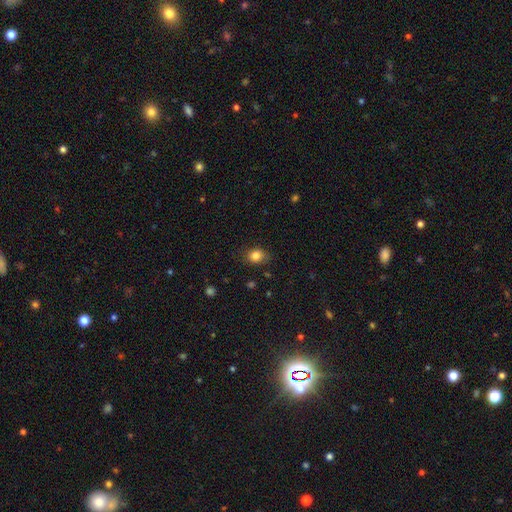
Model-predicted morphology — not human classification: A smooth galaxy with no disk features (82%) that is round (50%).

Vote fractions:
- Smooth or featured? smooth: 82% / star or artifact: 11% / featured or disk: 7%
- How rounded? round: 50% / in between: 49% / cigar-shaped: 1%
- Merging? none: 79% / minor disturbance: 16% / major disturbance: 4% / merger: 1%